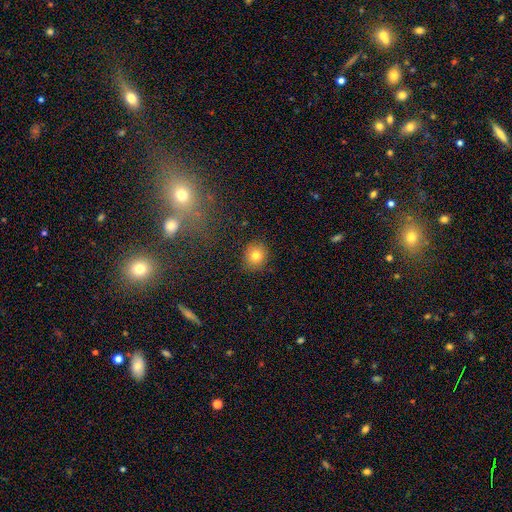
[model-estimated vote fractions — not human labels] Smooth or featured?
  - smooth: 78% *
  - star or artifact: 13%
  - featured or disk: 9%
How rounded?
  - round: 85% *
  - in between: 14%
  - cigar-shaped: 1%
Merging?
  - none: 89% *
  - minor disturbance: 8%
  - major disturbance: 2%
  - merger: 1%